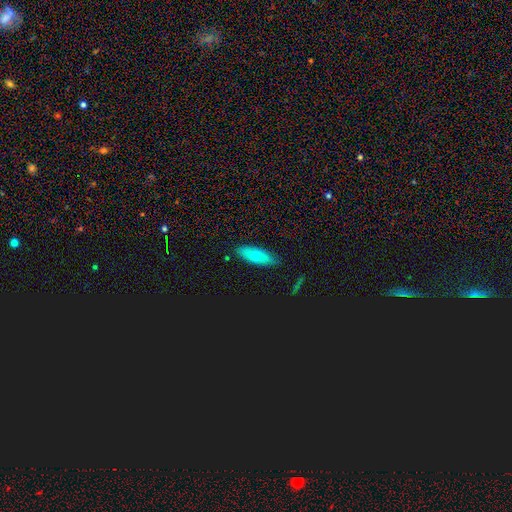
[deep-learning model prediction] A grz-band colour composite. It shows a smooth galaxy with no disk features (63%) that is in between round and cigar-shaped (67%). Merging: none (85%).